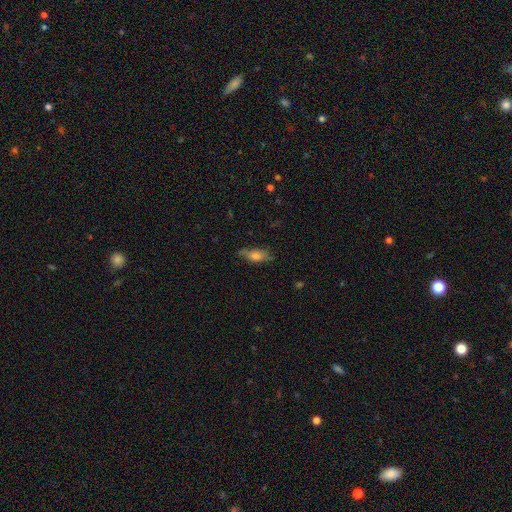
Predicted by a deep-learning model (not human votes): smooth_or_featured: smooth (p=0.63) [alt: featured or disk p=0.30]
how_rounded: in between (p=0.60) [alt: cigar-shaped p=0.37]
merging: none (p=0.76) [alt: minor disturbance p=0.19]